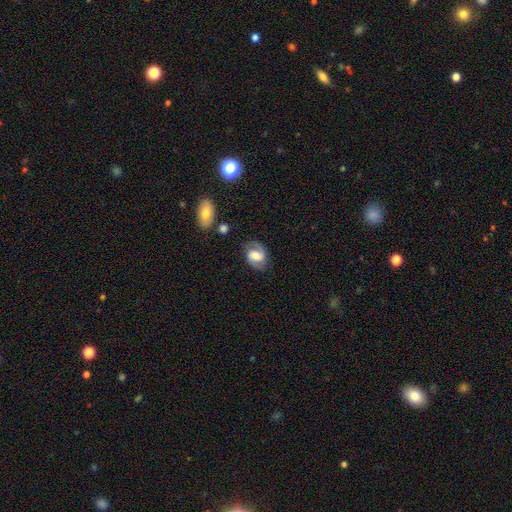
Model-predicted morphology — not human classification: type=featured or disk (63%); edge-on=no (97%); bar=weak (47%); spiral arms=yes (88%); winding=medium (50%); arm count=2 (86%); bulge=moderate (49%); merging=none (74%).